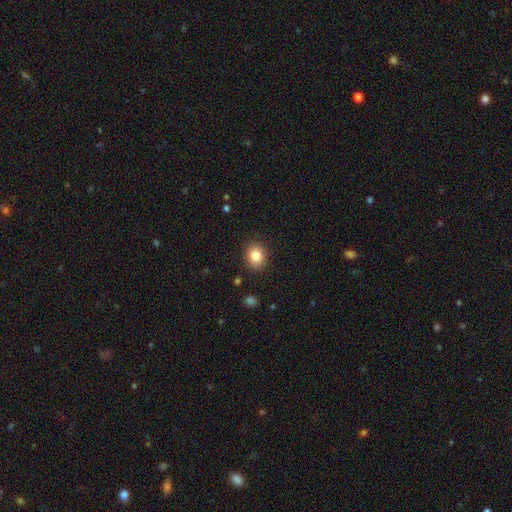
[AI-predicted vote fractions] This appears to be a smooth galaxy with no disk features (83%) that is round (69%). Merging: none (89%).